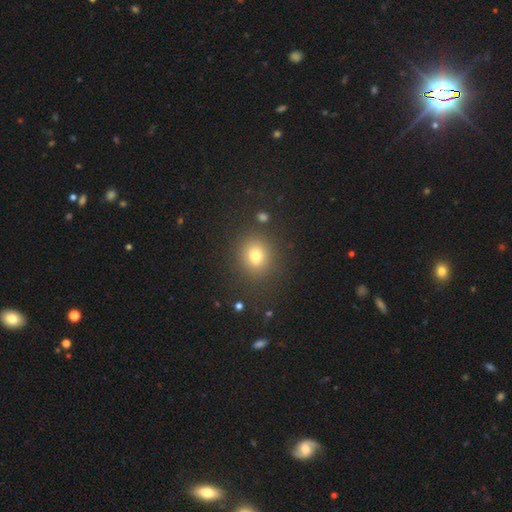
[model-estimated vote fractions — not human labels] Q: Smooth or featured?
A: smooth (76%); runner-up: star or artifact (15%)
Q: How rounded?
A: round (76%); runner-up: in between (23%)
Q: Merging?
A: none (84%); runner-up: minor disturbance (9%)